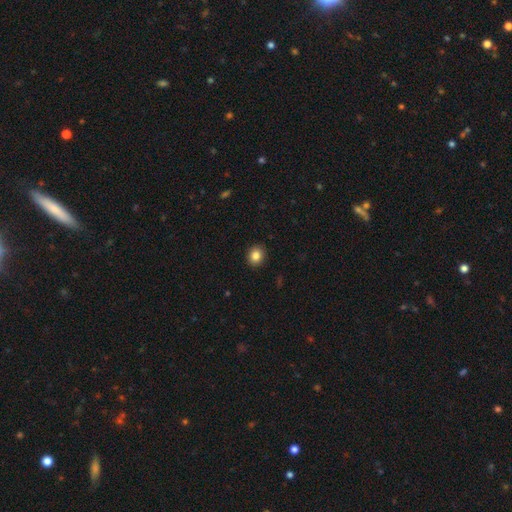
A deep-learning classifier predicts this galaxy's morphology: A smooth galaxy with no disk features (85%) that is round (73%).

Vote fractions:
- Smooth or featured? smooth: 85% / star or artifact: 10% / featured or disk: 5%
- How rounded? round: 73% / in between: 26% / cigar-shaped: 1%
- Merging? none: 92% / minor disturbance: 6% / major disturbance: 2% / merger: 1%